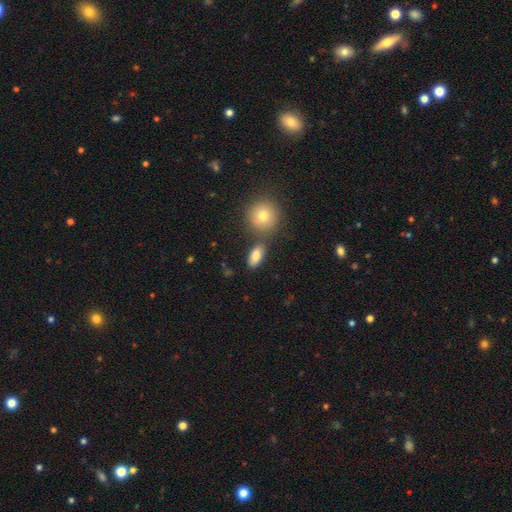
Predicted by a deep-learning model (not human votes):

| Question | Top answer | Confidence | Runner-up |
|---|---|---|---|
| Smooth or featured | smooth | 81% | featured or disk (10%) |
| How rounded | in between | 85% | round (8%) |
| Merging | none | 68% | merger (15%) |